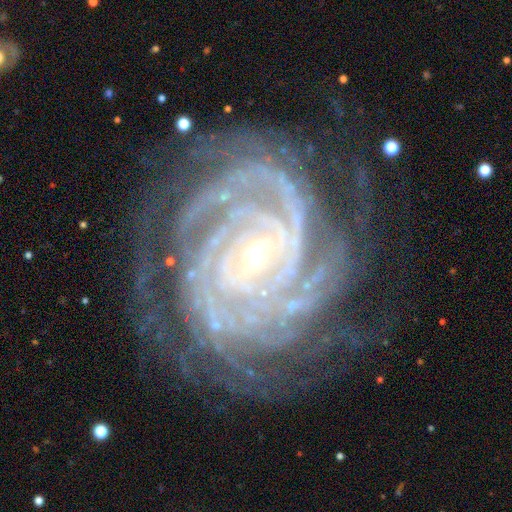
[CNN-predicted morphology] featured or disk 93%, star or artifact 4%, smooth 3%. Down the decision tree: edge-on disk — no (98%); bar — no (43%); spiral arms — yes (99%); spiral arm count — 4 (24%); spiral winding — tight (84%); bulge size — small (70%); merging — none (73%).